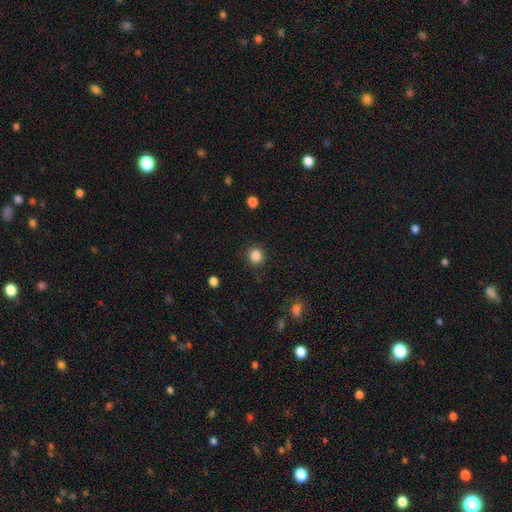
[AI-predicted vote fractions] Smooth or featured?
  - smooth: 85% *
  - star or artifact: 11%
  - featured or disk: 4%
How rounded?
  - round: 89% *
  - in between: 11%
  - cigar-shaped: 1%
Merging?
  - none: 90% *
  - minor disturbance: 7%
  - major disturbance: 2%
  - merger: 1%